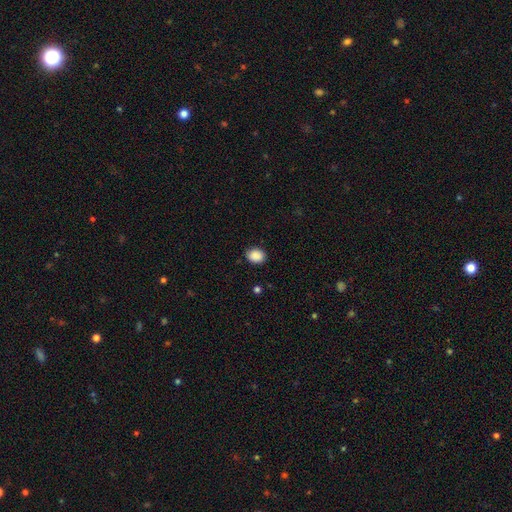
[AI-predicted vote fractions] Q: Smooth or featured?
A: smooth (89%); runner-up: star or artifact (8%)
Q: How rounded?
A: in between (54%); runner-up: round (45%)
Q: Merging?
A: none (88%); runner-up: minor disturbance (8%)